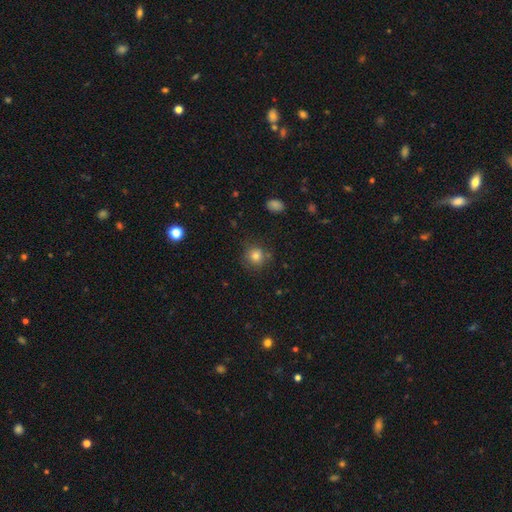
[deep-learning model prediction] Q: Smooth or featured?
A: smooth (79%); runner-up: star or artifact (13%)
Q: How rounded?
A: round (89%); runner-up: in between (10%)
Q: Merging?
A: none (79%); runner-up: minor disturbance (14%)